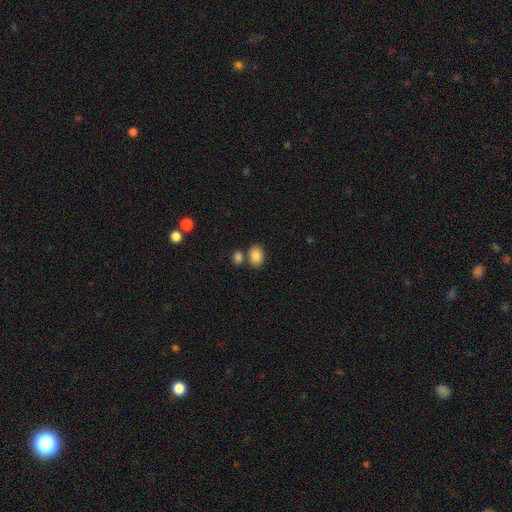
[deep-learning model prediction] A smooth galaxy with no disk features (85%) that is in between round and cigar-shaped (70%).

Vote fractions:
- Smooth or featured? smooth: 85% / star or artifact: 9% / featured or disk: 7%
- How rounded? in between: 70% / round: 29% / cigar-shaped: 1%
- Merging? none: 66% / merger: 20% / minor disturbance: 11% / major disturbance: 3%